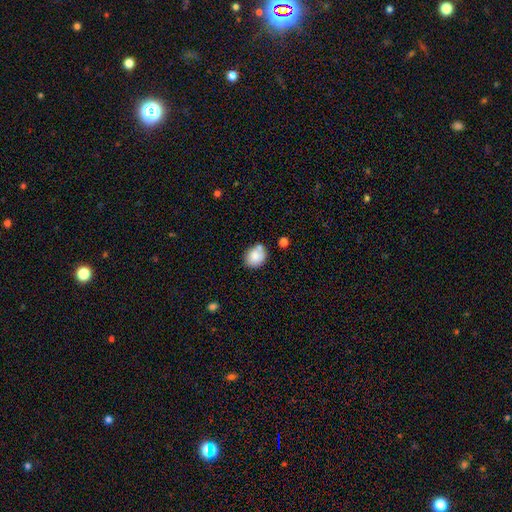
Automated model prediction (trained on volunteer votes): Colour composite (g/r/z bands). It shows a smooth galaxy with no disk features (83%) that is round (50%). Merging: none (62%).